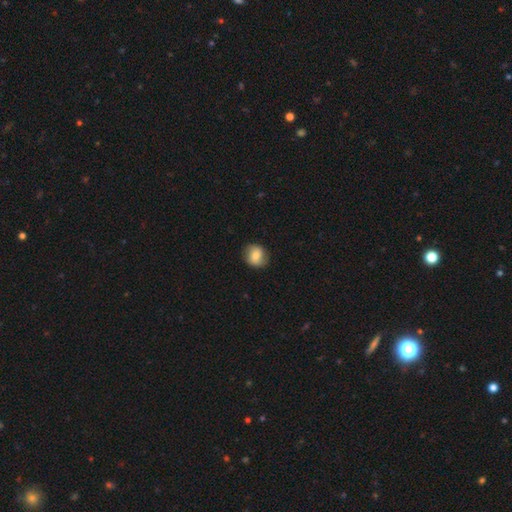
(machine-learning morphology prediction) Smooth or featured? smooth (72%)
How rounded? round (71%)
Merging? none (83%)